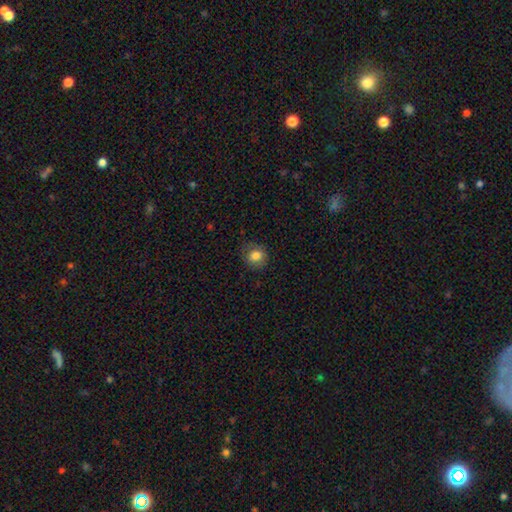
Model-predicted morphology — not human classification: smooth-or-featured: smooth: 81% | featured or disk: 10% | star or artifact: 10%
  how-rounded: round: 77% | in between: 22% | cigar-shaped: 1%
  merging: none: 79% | minor disturbance: 15% | major disturbance: 5% | merger: 1%